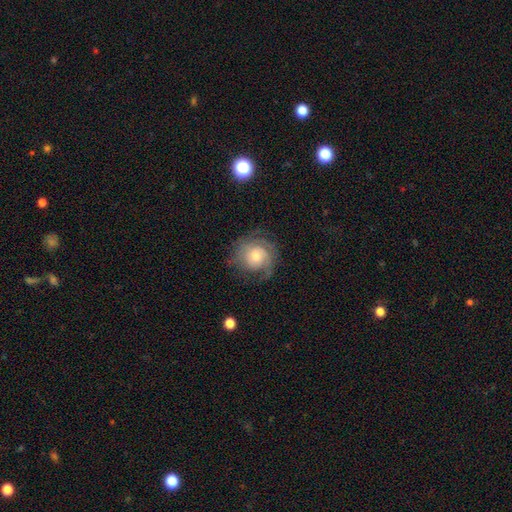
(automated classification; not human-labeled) Smooth or featured? Predicted: featured or disk (p=0.63). Edge-on disk? Predicted: no (p=0.97). Bar? Predicted: no (p=0.74). Spiral arms? Predicted: yes (p=0.87). Spiral winding? Predicted: tight (p=0.56). Spiral arm count? Predicted: can't tell (p=0.40). Bulge size? Predicted: moderate (p=0.52). Merging? Predicted: none (p=0.67).